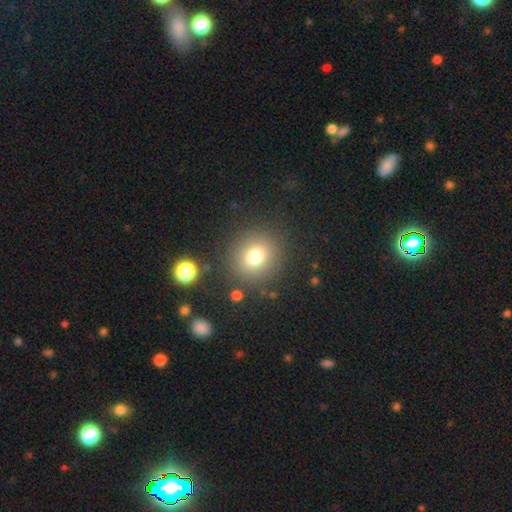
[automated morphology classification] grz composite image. It shows a smooth galaxy with no disk features (75%) that is round (85%). Merging: none (86%).